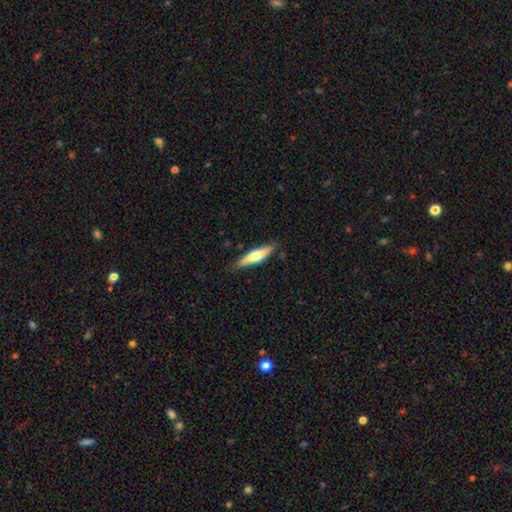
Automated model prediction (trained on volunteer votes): Q: Smooth or featured?
A: smooth (55%); runner-up: featured or disk (40%)
Q: How rounded?
A: cigar-shaped (72%); runner-up: in between (27%)
Q: Merging?
A: none (85%); runner-up: minor disturbance (12%)